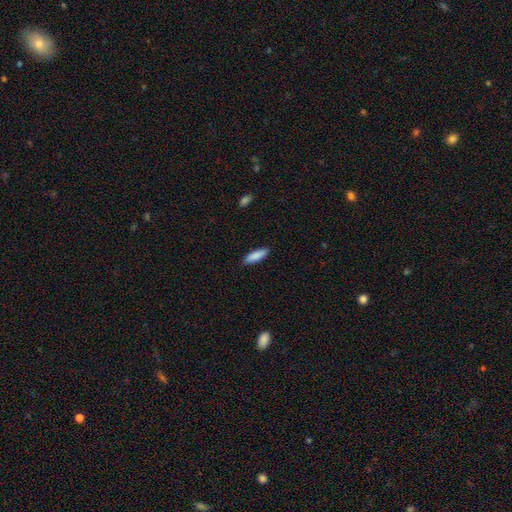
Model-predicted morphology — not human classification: The model was most divided on "how rounded": cigar-shaped: 60%, in between: 39%, round: 1%. More confident: merging — none (90%); smooth or featured — smooth (87%).